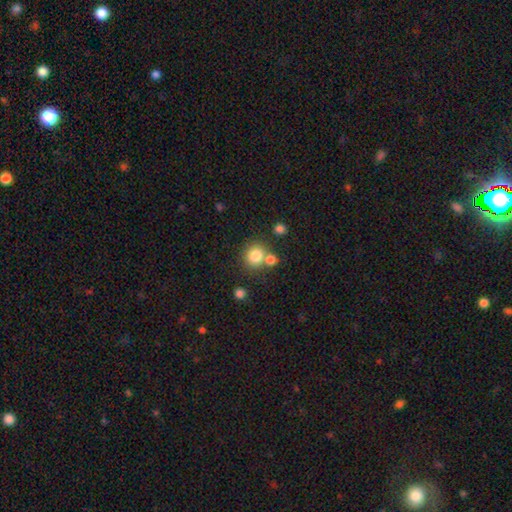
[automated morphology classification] Smooth or featured?
  - smooth: 81% *
  - star or artifact: 11%
  - featured or disk: 8%
How rounded?
  - round: 87% *
  - in between: 12%
  - cigar-shaped: 1%
Merging?
  - none: 65% *
  - merger: 22%
  - minor disturbance: 9%
  - major disturbance: 3%